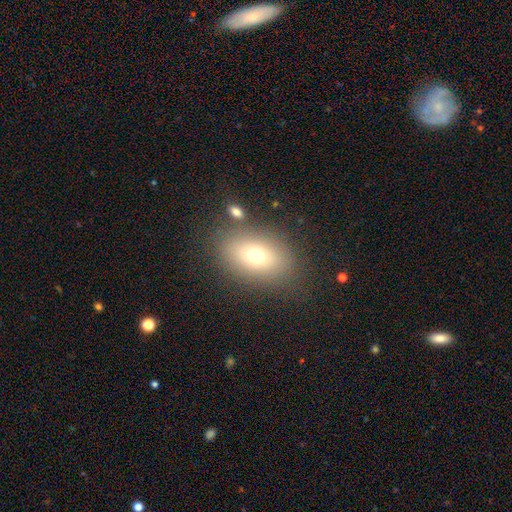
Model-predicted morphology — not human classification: smooth 69%, featured or disk 18%, star or artifact 13%. Down the decision tree: how rounded — in between (80%); merging — none (79%).